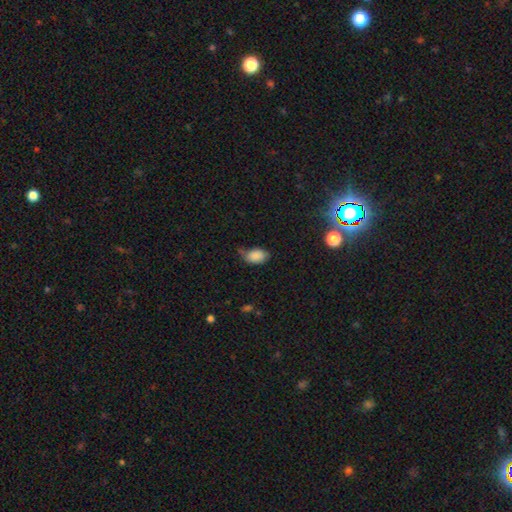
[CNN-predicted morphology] type=smooth (85%); roundness=in between (90%); merging=none (46%).